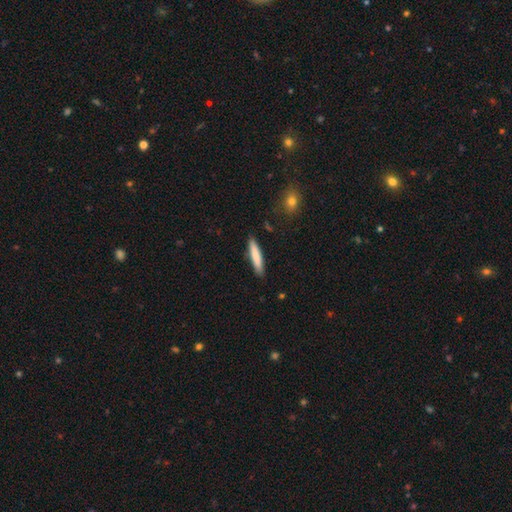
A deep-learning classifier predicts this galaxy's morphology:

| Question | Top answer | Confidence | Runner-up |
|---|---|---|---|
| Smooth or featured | smooth | 81% | featured or disk (14%) |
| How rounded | cigar-shaped | 90% | in between (9%) |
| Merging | none | 89% | minor disturbance (8%) |